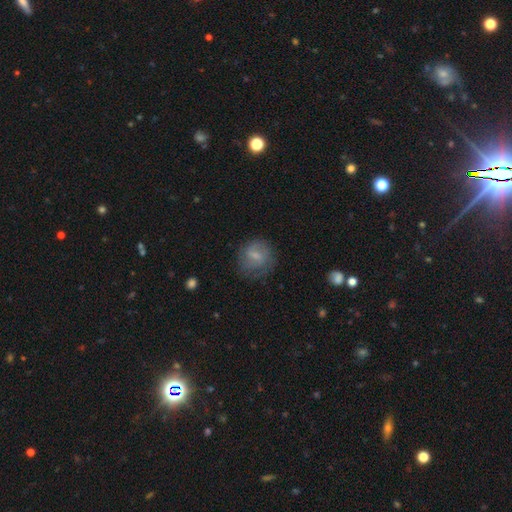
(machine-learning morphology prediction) This appears to be a smooth galaxy with no disk features (56%) that is round (72%). Merging: none (61%).